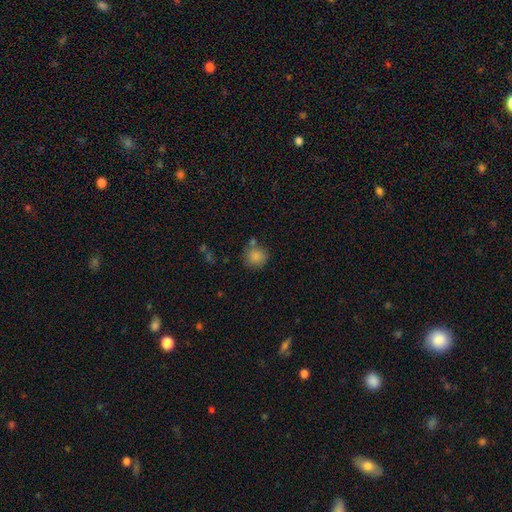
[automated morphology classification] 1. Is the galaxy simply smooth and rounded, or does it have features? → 85% smooth, 9% star or artifact, 6% featured or disk.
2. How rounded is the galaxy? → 89% round, 10% in between, 1% cigar-shaped.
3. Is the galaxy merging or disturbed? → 71% none, 14% minor disturbance, 11% merger, 4% major disturbance.